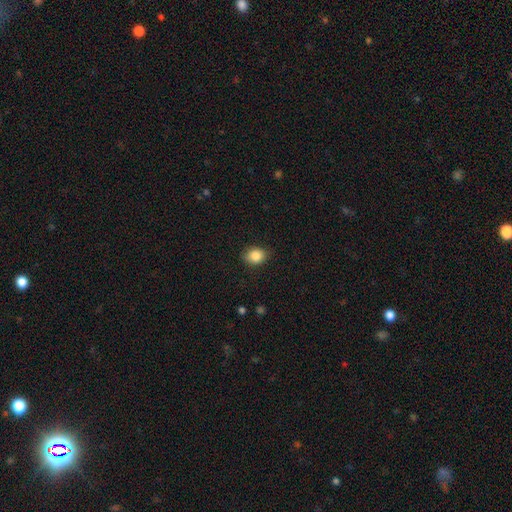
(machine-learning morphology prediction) Q: Smooth or featured?
A: smooth (86%); runner-up: star or artifact (9%)
Q: How rounded?
A: in between (55%); runner-up: round (44%)
Q: Merging?
A: none (83%); runner-up: minor disturbance (14%)